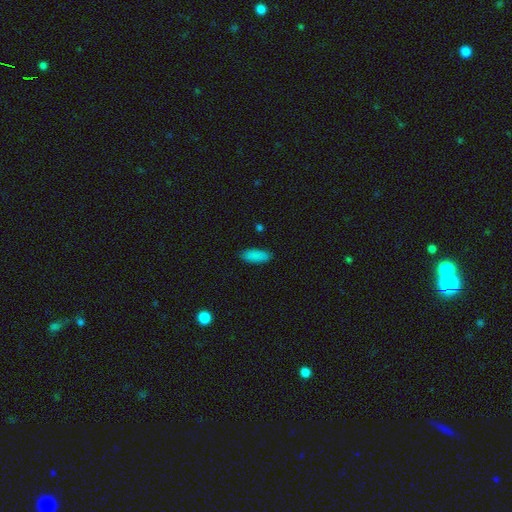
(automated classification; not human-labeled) smooth_or_featured: smooth (p=0.88) [alt: star or artifact p=0.08]
how_rounded: in between (p=0.75) [alt: cigar-shaped p=0.23]
merging: none (p=0.87) [alt: minor disturbance p=0.09]